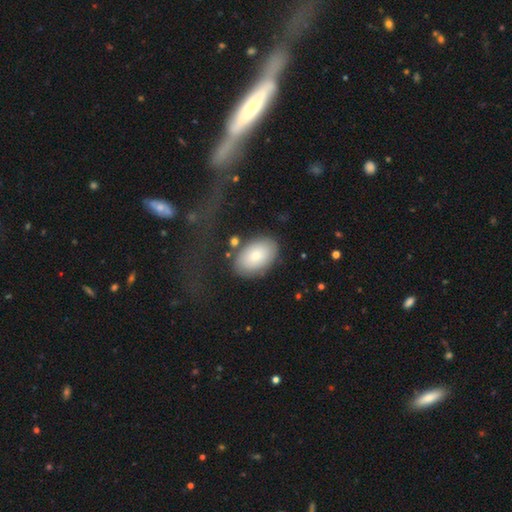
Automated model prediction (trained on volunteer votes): Smooth or featured: smooth — 77% (featured or disk — 16%)
How rounded: in between — 91% (round — 8%)
Merging: none — 80% (minor disturbance — 12%)